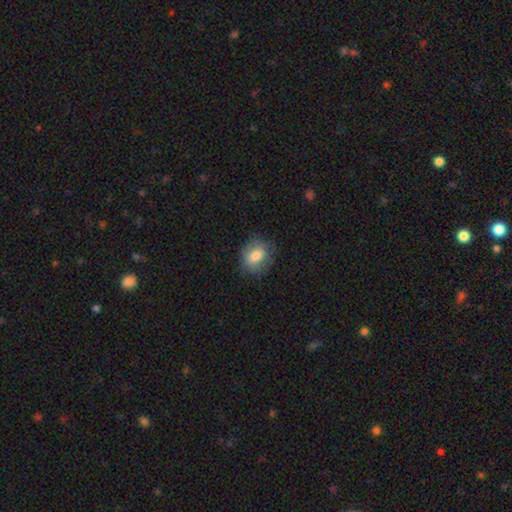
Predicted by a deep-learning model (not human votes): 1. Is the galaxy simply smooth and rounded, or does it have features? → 77% smooth, 15% featured or disk, 8% star or artifact.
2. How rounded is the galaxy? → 59% round, 40% in between, 1% cigar-shaped.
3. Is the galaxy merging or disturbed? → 78% none, 16% minor disturbance, 5% major disturbance, 1% merger.